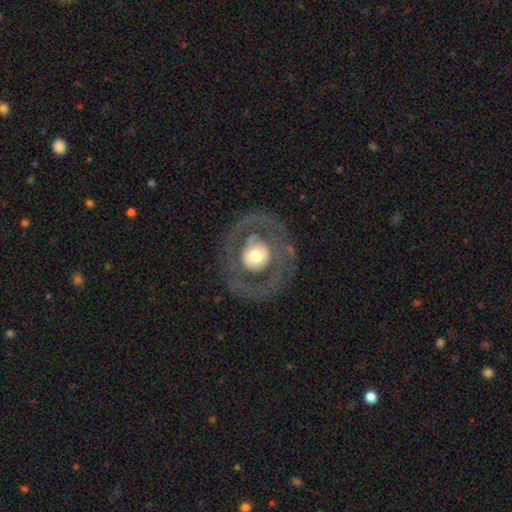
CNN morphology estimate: Smooth or featured?
  - featured or disk: 68% *
  - smooth: 26%
  - star or artifact: 6%
Edge-on disk?
  - no: 96% *
  - yes: 4%
Bar?
  - no: 74% *
  - weak: 18%
  - strong: 9%
Spiral arms?
  - no: 56% *
  - yes: 44%
Bulge size?
  - moderate: 51% *
  - large: 34%
  - small: 9%
  - dominant: 4%
  - none: 1%
Merging?
  - none: 77% *
  - major disturbance: 11%
  - minor disturbance: 10%
  - merger: 1%